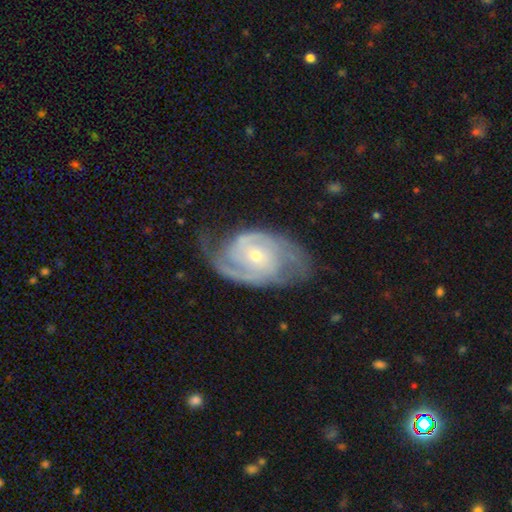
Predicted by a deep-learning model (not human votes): Morphology: type=featured or disk (89%); edge-on=no (97%); bar=no (62%); spiral arms=yes (97%); winding=medium (44%, tied with tight); arm count=2 (74%); bulge=small (58%); merging=none (65%).